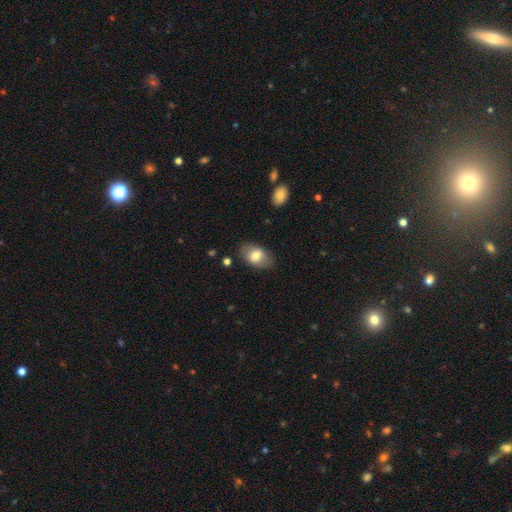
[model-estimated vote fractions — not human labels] Morphology: type=smooth (74%); roundness=in between (88%); merging=none (81%).